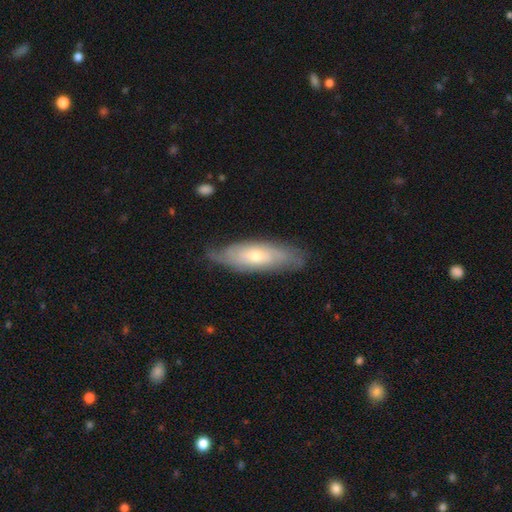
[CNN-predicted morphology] Overall: featured or disk (55%; smooth 37%). Edge-on disk: no (62%; yes 38%). Merging: none (81%).